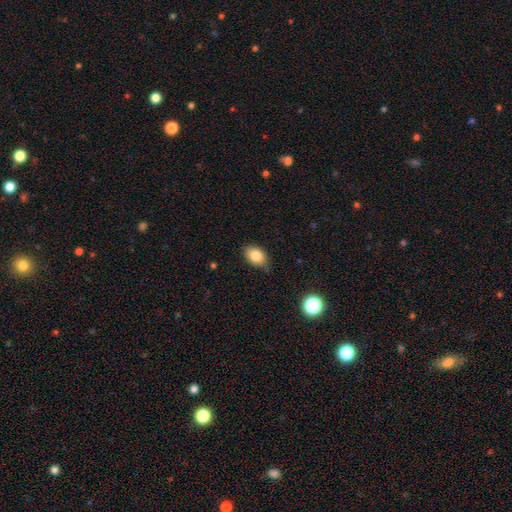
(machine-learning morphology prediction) Q: Smooth or featured?
A: smooth (82%); runner-up: featured or disk (9%)
Q: How rounded?
A: in between (82%); runner-up: round (17%)
Q: Merging?
A: none (77%); runner-up: minor disturbance (18%)